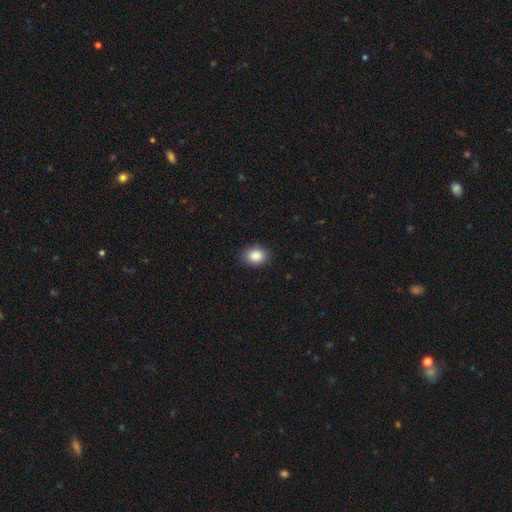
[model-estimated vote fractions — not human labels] A smooth galaxy with no disk features (88%) that is in between round and cigar-shaped (55%). Merging: none (87%).